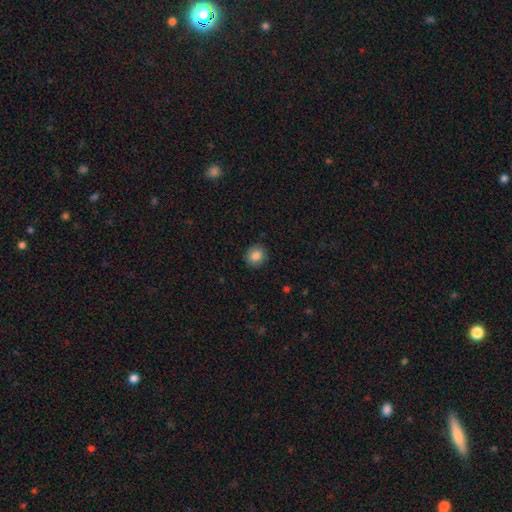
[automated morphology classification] Smooth or featured?
  - smooth: 85% *
  - star or artifact: 9%
  - featured or disk: 6%
How rounded?
  - round: 83% *
  - in between: 16%
  - cigar-shaped: 1%
Merging?
  - none: 90% *
  - minor disturbance: 7%
  - major disturbance: 2%
  - merger: 1%